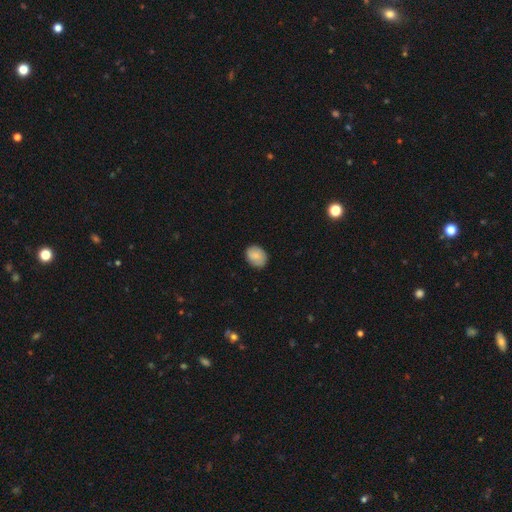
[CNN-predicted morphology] A smooth galaxy with no disk features (80%) that is in between round and cigar-shaped (58%). Merging: none (84%).